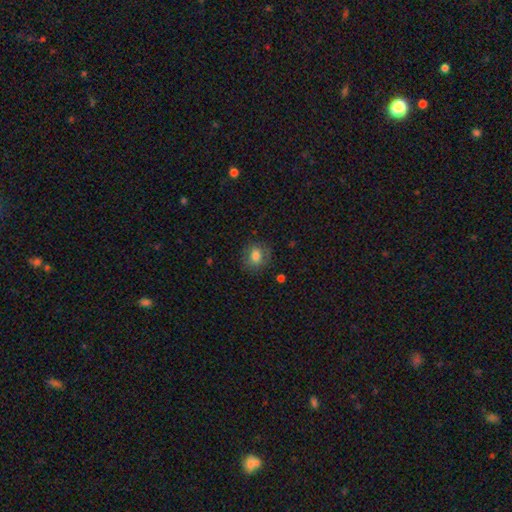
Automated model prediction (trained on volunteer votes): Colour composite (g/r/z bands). It shows a smooth galaxy with no disk features (74%) that is round (64%). Merging: none (78%).